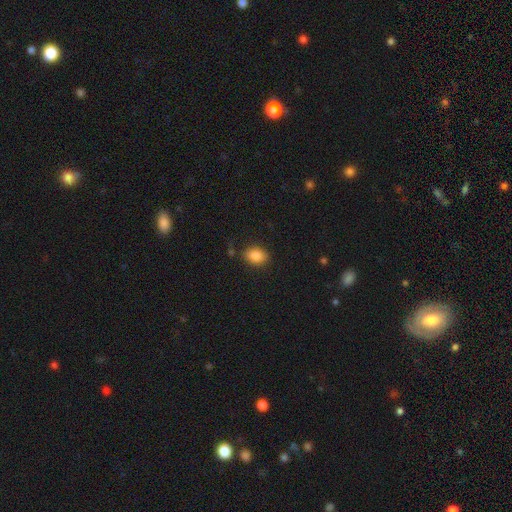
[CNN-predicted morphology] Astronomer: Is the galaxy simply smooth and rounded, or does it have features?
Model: smooth — 86%.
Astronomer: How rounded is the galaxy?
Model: in between — 73%.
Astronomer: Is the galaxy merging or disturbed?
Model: none — 80%.